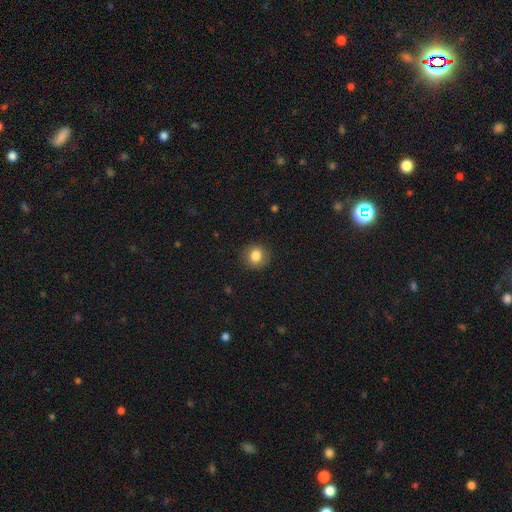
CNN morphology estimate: smooth-or-featured: smooth: 84% | star or artifact: 10% | featured or disk: 6%
  how-rounded: round: 81% | in between: 18% | cigar-shaped: 1%
  merging: none: 88% | minor disturbance: 8% | major disturbance: 2% | merger: 1%